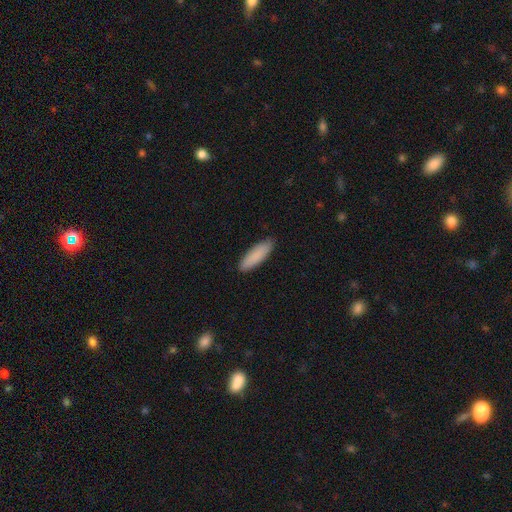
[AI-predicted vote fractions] Q: Smooth or featured?
A: smooth (88%); runner-up: featured or disk (6%)
Q: How rounded?
A: cigar-shaped (57%); runner-up: in between (42%)
Q: Merging?
A: none (89%); runner-up: minor disturbance (8%)